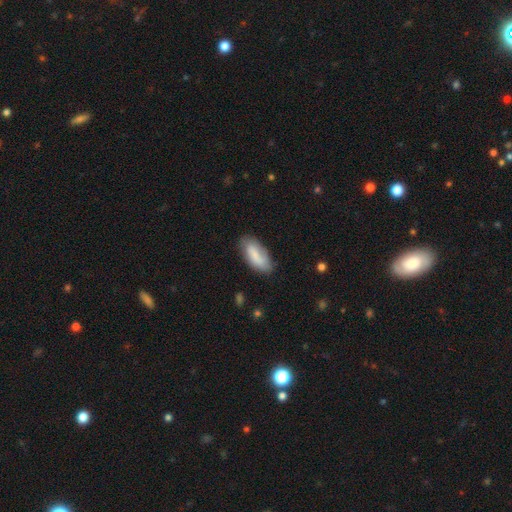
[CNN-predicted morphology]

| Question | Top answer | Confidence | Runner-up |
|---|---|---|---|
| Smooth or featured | smooth | 77% | featured or disk (17%) |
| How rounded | in between | 87% | cigar-shaped (11%) |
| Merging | none | 68% | minor disturbance (24%) |